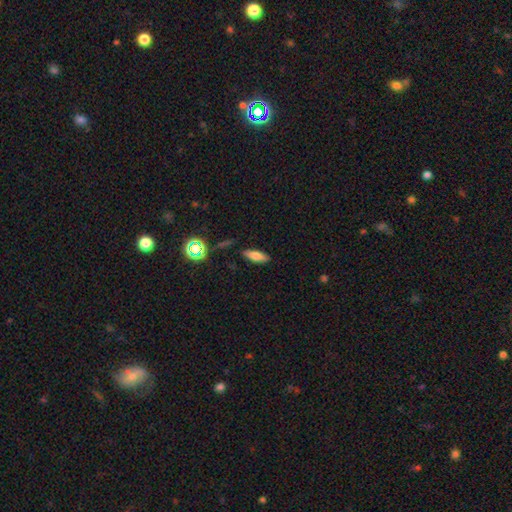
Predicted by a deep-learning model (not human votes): smooth_or_featured: smooth (p=0.71) [alt: featured or disk p=0.17]
how_rounded: in between (p=0.61) [alt: cigar-shaped p=0.36]
merging: none (p=0.85) [alt: minor disturbance p=0.11]